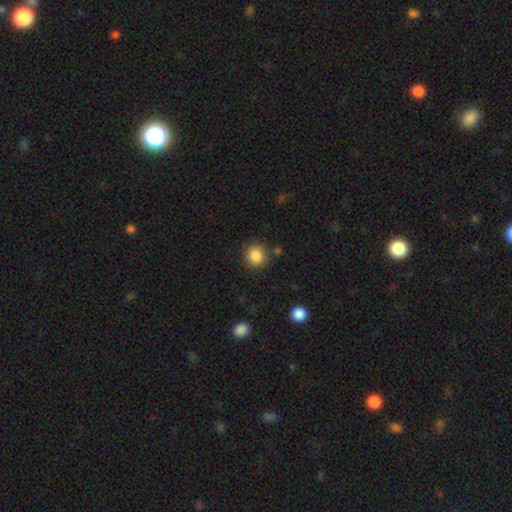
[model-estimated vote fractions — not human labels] Overall: smooth (87%). How rounded: round (88%). Merging: none (86%).